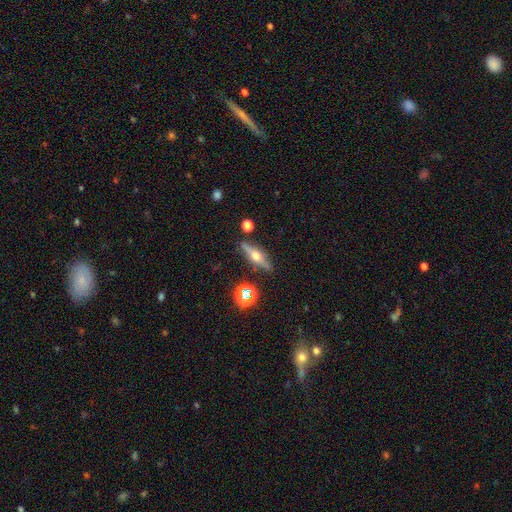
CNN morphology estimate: Smooth or featured?
  - featured or disk: 66% *
  - smooth: 25%
  - star or artifact: 9%
Edge-on disk?
  - yes: 94% *
  - no: 6%
Edge-on bulge?
  - rounded: 94% *
  - boxy: 4%
  - none: 2%
Merging?
  - none: 84% *
  - minor disturbance: 10%
  - merger: 3%
  - major disturbance: 3%